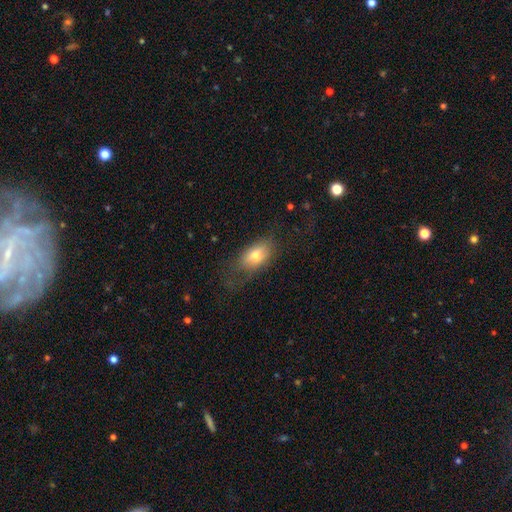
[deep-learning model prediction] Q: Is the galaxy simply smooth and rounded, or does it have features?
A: smooth — 73%.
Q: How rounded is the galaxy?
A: in between — 88%.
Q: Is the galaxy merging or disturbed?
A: none — 53%.